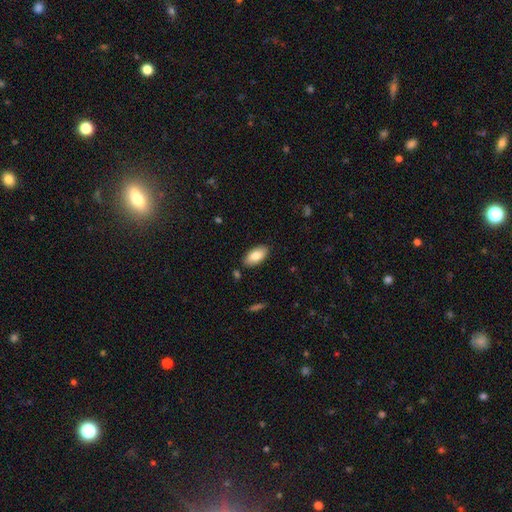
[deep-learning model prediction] smooth_or_featured: smooth (p=0.82) [alt: featured or disk p=0.11]
how_rounded: in between (p=0.93) [alt: cigar-shaped p=0.05]
merging: none (p=0.86) [alt: minor disturbance p=0.10]